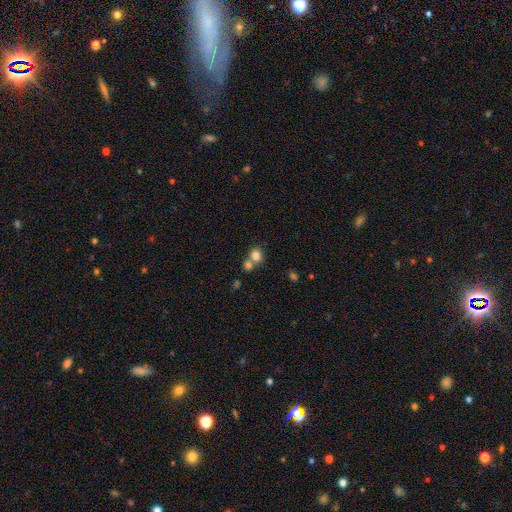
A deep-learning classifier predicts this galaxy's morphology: A smooth galaxy with no disk features (80%) that is round (73%). Merging: none (46%).